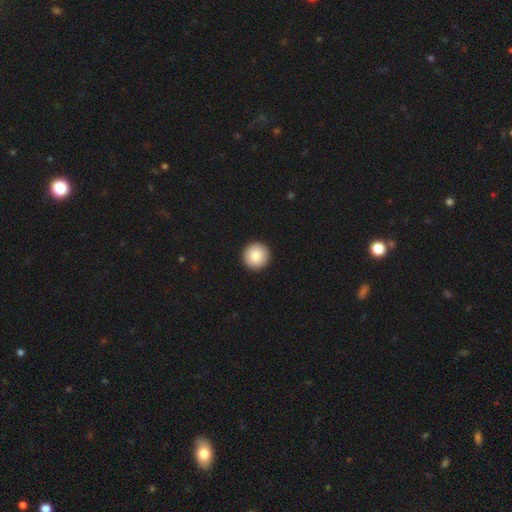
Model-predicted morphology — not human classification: A smooth galaxy with no disk features (87%) that is round (96%).

Vote fractions:
- Smooth or featured? smooth: 87% / star or artifact: 7% / featured or disk: 6%
- How rounded? round: 96% / in between: 3% / cigar-shaped: 1%
- Merging? none: 94% / minor disturbance: 4% / major disturbance: 1% / merger: 1%